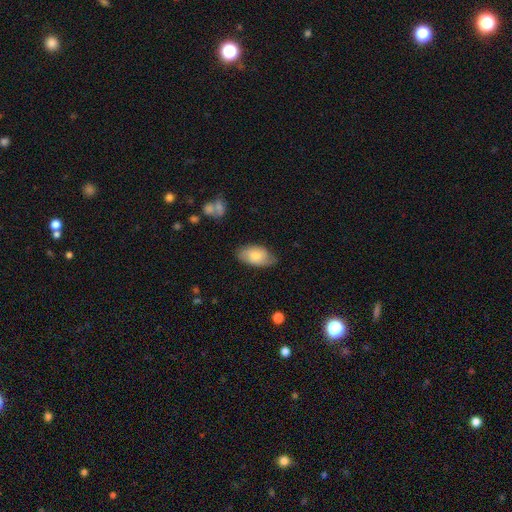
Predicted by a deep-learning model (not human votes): smooth 71%, featured or disk 22%, star or artifact 6%. Down the decision tree: how rounded — in between (94%); merging — none (71%).